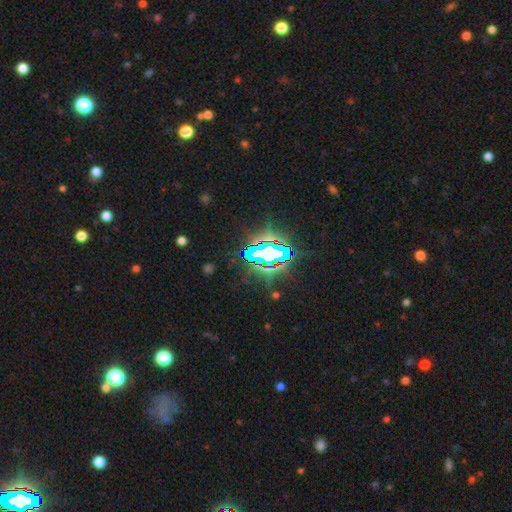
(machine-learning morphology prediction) A star or artifact, not a galaxy (84%).

Vote fractions:
- Smooth or featured? star or artifact: 84% / smooth: 9% / featured or disk: 7%